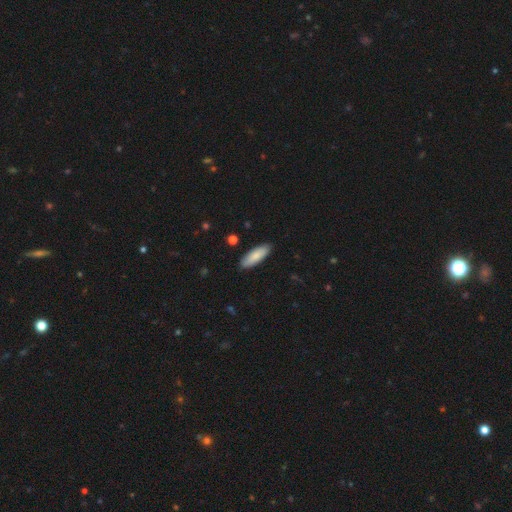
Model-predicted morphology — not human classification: This is clearly a smooth galaxy (85%). How rounded: possibly in between (60%). Merging: clearly none (88%).